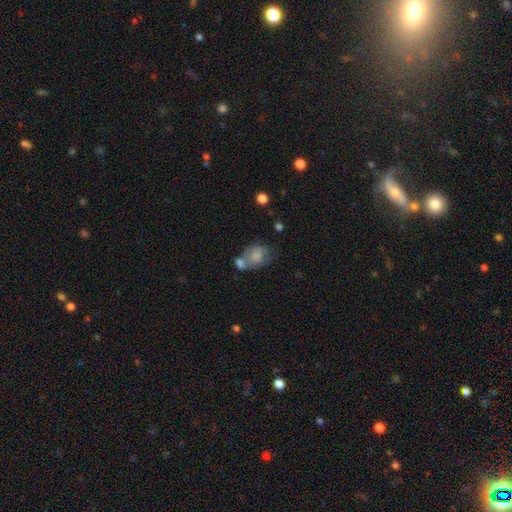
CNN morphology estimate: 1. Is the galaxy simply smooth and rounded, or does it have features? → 74% smooth, 17% featured or disk, 9% star or artifact.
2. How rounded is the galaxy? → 63% in between, 35% round, 1% cigar-shaped.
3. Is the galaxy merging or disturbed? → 42% merger, 29% none, 17% minor disturbance, 11% major disturbance.